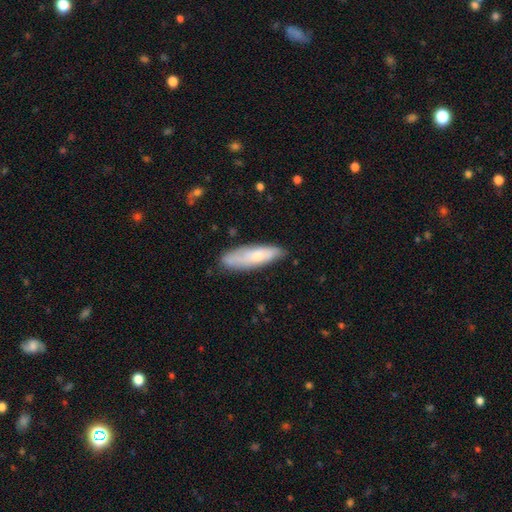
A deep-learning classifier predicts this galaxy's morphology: Smooth or featured? smooth (61%)
How rounded? cigar-shaped (59%)
Merging? none (75%)